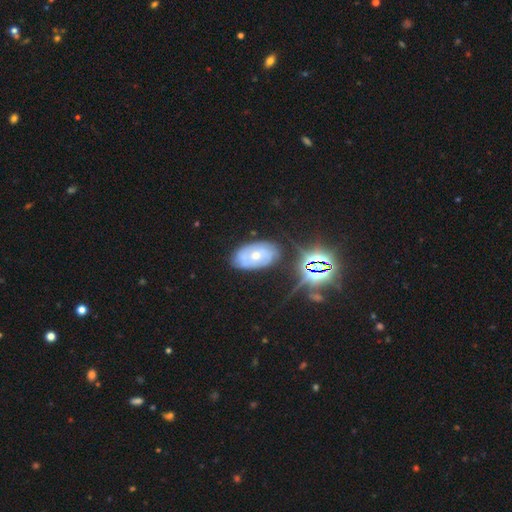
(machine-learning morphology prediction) featured or disk 60%, smooth 25%, star or artifact 14%. Down the decision tree: edge-on disk — no (93%); bar — no (78%); spiral arms — yes (67%); bulge size — moderate (53%); merging — none (72%).